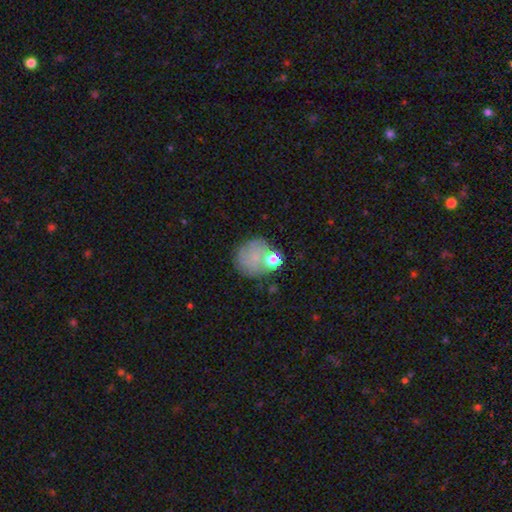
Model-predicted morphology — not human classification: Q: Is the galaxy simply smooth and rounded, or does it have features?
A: smooth — 64%.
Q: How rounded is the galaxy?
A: round — 82%.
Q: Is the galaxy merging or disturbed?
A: none — 56%.